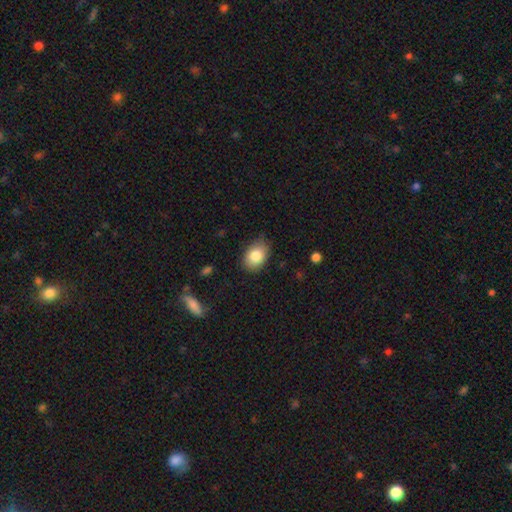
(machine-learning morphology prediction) Smooth or featured: smooth — 83% (featured or disk — 9%)
How rounded: in between — 77% (round — 22%)
Merging: none — 79% (minor disturbance — 17%)